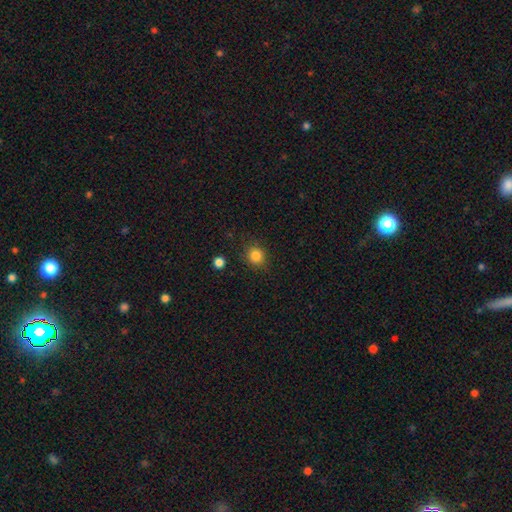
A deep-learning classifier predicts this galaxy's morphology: smooth-or-featured: smooth: 84% | star or artifact: 11% | featured or disk: 4%
  how-rounded: round: 85% | in between: 14% | cigar-shaped: 1%
  merging: none: 87% | minor disturbance: 9% | major disturbance: 3% | merger: 2%